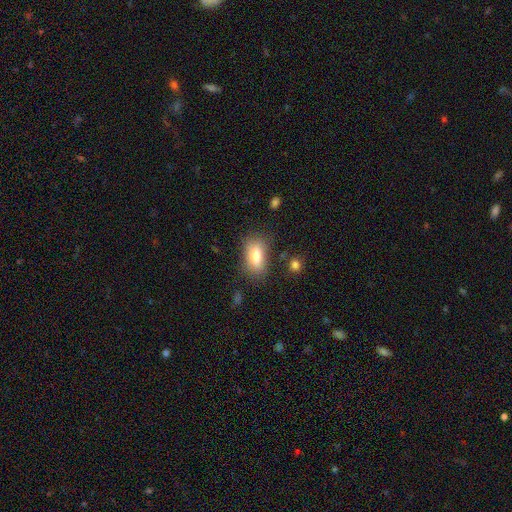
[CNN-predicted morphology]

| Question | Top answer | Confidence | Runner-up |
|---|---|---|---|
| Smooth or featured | smooth | 78% | featured or disk (14%) |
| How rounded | in between | 84% | cigar-shaped (11%) |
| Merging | none | 74% | minor disturbance (18%) |